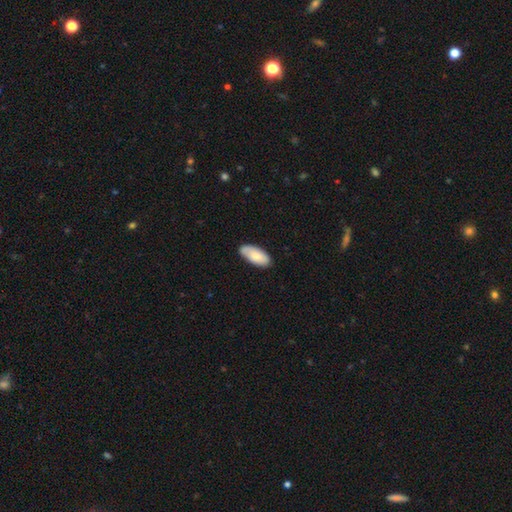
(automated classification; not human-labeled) Overall: smooth (79%). How rounded: in between (90%). Merging: none (83%).